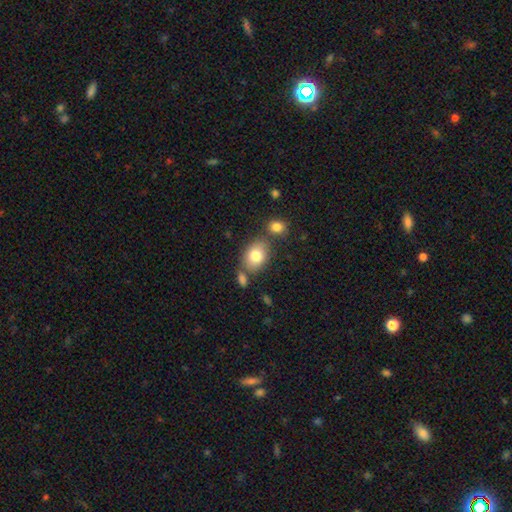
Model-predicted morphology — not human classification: Overall: smooth (80%). How rounded: in between (70%). Merging: none (62%).